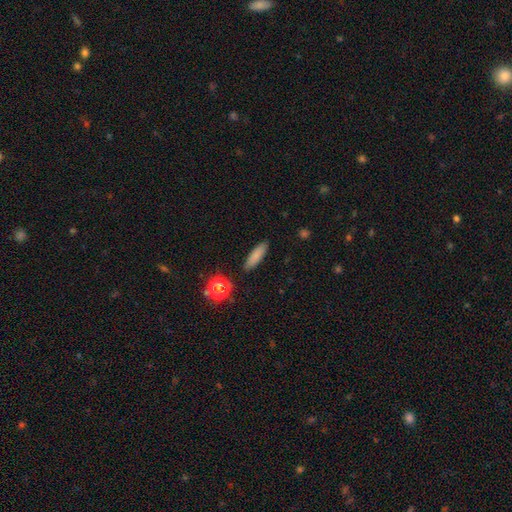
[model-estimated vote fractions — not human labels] Q: Smooth or featured?
A: smooth (81%); runner-up: star or artifact (10%)
Q: How rounded?
A: cigar-shaped (62%); runner-up: in between (35%)
Q: Merging?
A: none (89%); runner-up: minor disturbance (8%)